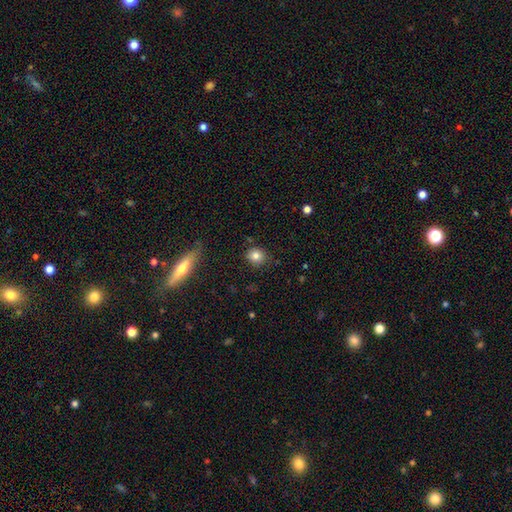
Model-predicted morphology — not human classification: Overall: smooth (82%). How rounded: round (82%). Merging: none (85%).